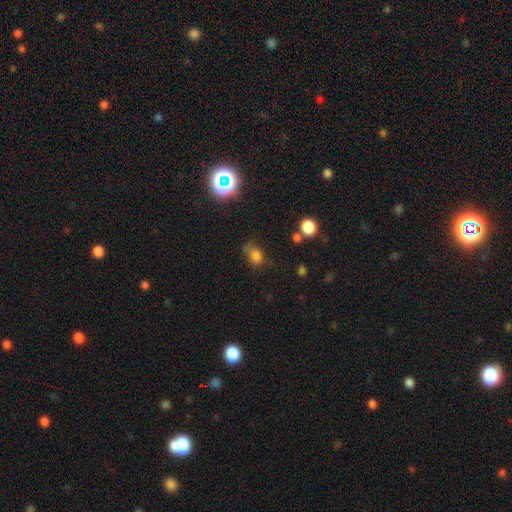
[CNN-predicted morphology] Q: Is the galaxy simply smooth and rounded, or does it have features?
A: smooth — 71%.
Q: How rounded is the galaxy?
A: round — 56%.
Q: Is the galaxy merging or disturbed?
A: none — 55%.